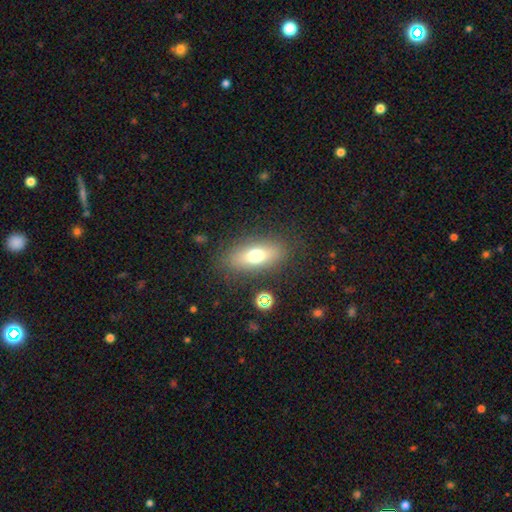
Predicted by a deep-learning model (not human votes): The model was most divided on "smooth or featured": smooth: 68%, featured or disk: 21%, star or artifact: 11%. More confident: merging — none (83%); how rounded — in between (77%).